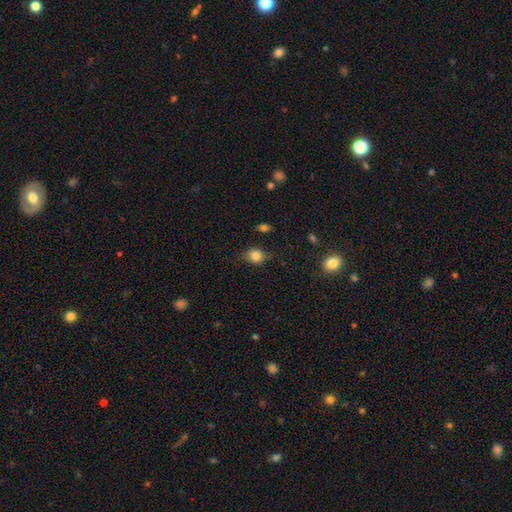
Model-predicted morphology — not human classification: smooth-or-featured: smooth: 83% | star or artifact: 11% | featured or disk: 7%
  how-rounded: round: 64% | in between: 35% | cigar-shaped: 1%
  merging: none: 75% | minor disturbance: 19% | major disturbance: 4% | merger: 2%